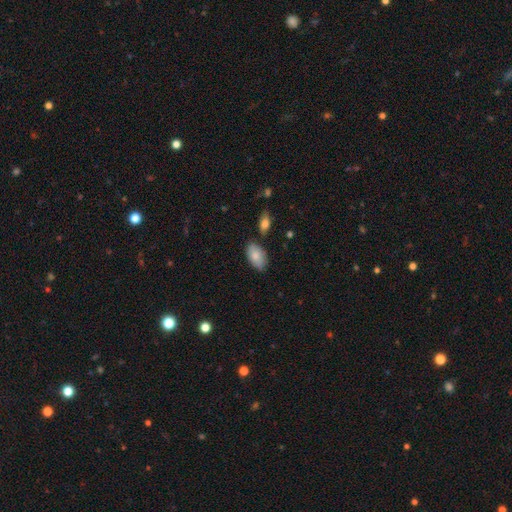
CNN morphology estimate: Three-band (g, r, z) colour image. It shows a smooth galaxy with no disk features (83%) that is in between round and cigar-shaped (94%). Merging: none (77%).